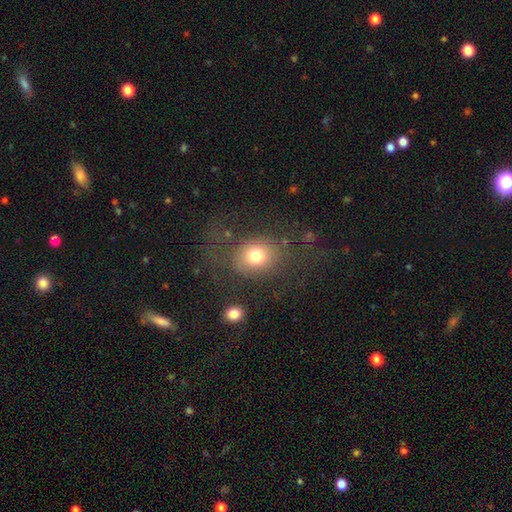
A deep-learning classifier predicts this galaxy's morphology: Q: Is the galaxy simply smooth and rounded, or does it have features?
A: smooth — 74%.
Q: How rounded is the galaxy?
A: round — 58%.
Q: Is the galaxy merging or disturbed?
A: none — 61%.